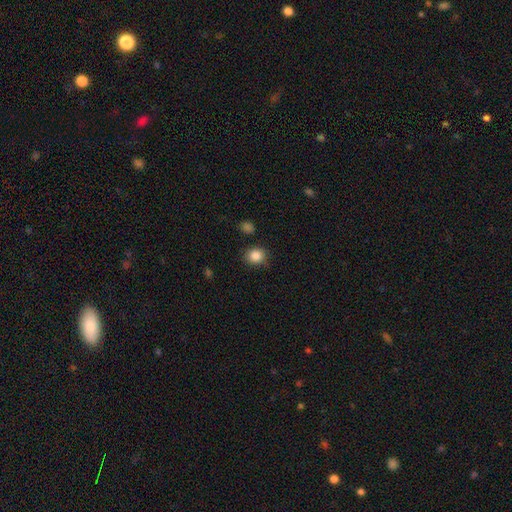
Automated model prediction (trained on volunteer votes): This is clearly a smooth galaxy (86%). How rounded: likely round (75%). Merging: clearly none (85%).